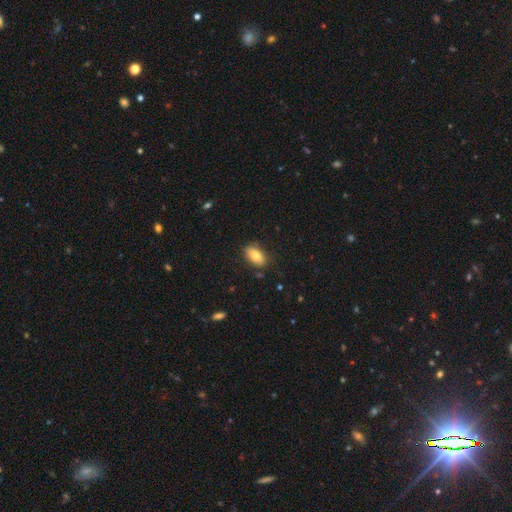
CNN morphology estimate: type=smooth (81%); roundness=in between (91%); merging=none (83%).